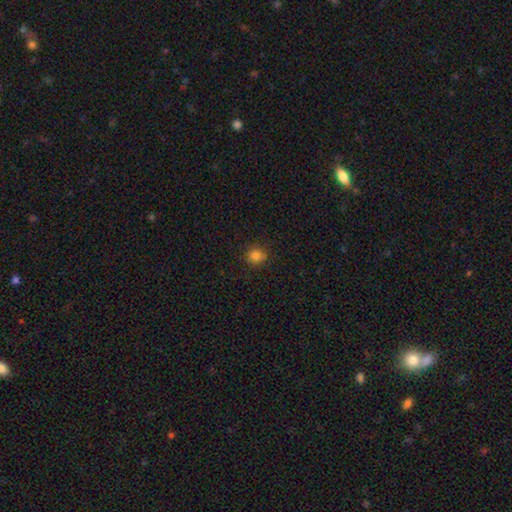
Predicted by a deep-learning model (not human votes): Overall: smooth (82%). How rounded: round (86%). Merging: none (87%).